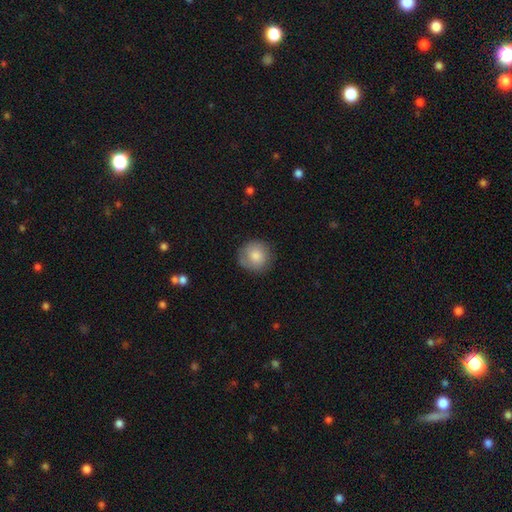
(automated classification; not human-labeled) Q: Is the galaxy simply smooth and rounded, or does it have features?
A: smooth — 78%.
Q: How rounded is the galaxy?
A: round — 92%.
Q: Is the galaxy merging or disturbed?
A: none — 81%.